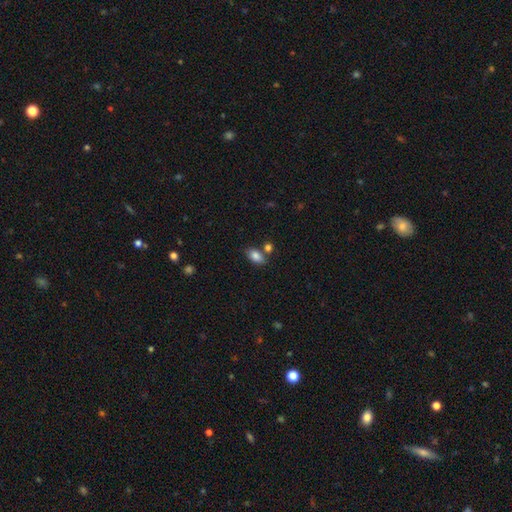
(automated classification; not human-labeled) Smooth or featured?
  - smooth: 83% *
  - star or artifact: 9%
  - featured or disk: 8%
How rounded?
  - in between: 87% *
  - round: 10%
  - cigar-shaped: 3%
Merging?
  - none: 64% *
  - merger: 16%
  - minor disturbance: 16%
  - major disturbance: 4%